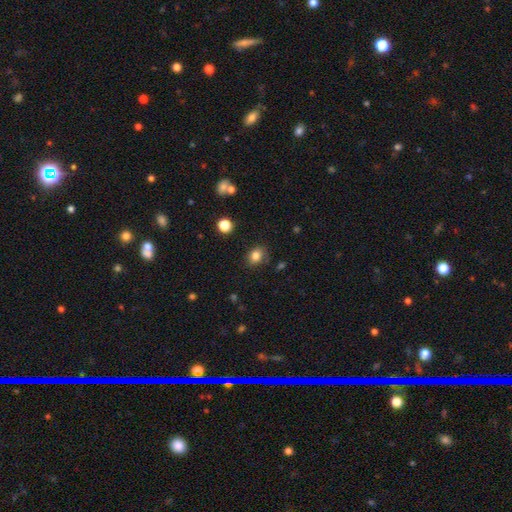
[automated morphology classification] Smooth or featured?
  - smooth: 82% *
  - star or artifact: 11%
  - featured or disk: 6%
How rounded?
  - round: 52% *
  - in between: 47%
  - cigar-shaped: 1%
Merging?
  - none: 79% *
  - minor disturbance: 15%
  - major disturbance: 4%
  - merger: 2%